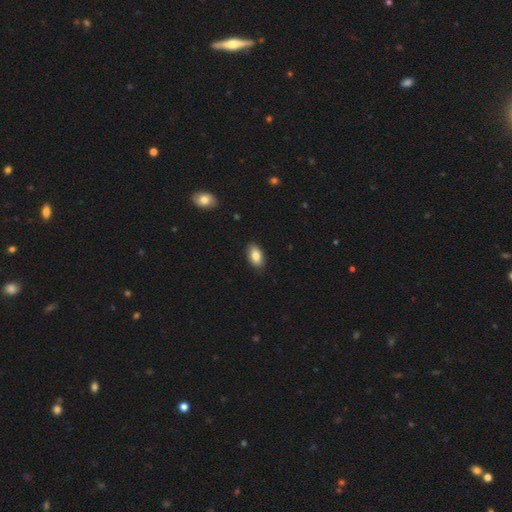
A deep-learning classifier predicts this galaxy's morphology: The model was most divided on "merging": none: 87%, minor disturbance: 10%, major disturbance: 2%, merger: 1%. More confident: how rounded — in between (93%); smooth or featured — smooth (85%).